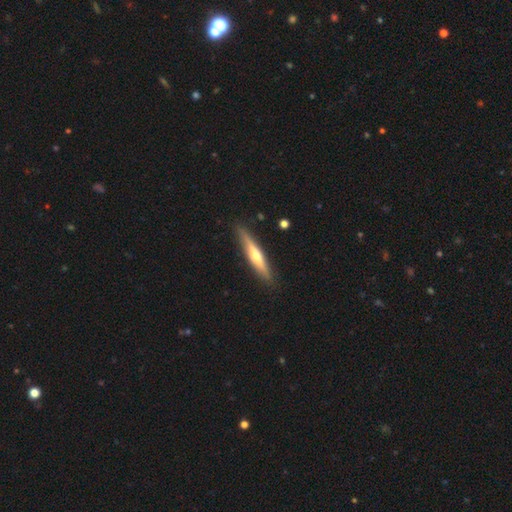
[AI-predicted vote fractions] Smooth or featured? Predicted: featured or disk (p=0.59). Edge-on disk? Predicted: yes (p=0.95). Edge-on bulge? Predicted: rounded (p=0.84). Merging? Predicted: none (p=0.88).